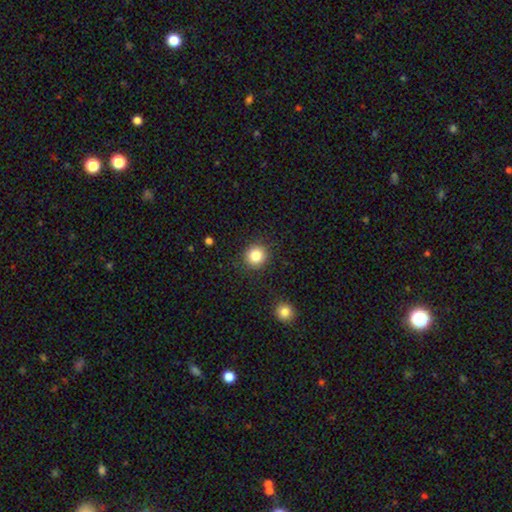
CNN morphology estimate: smooth_or_featured: smooth (p=0.84) [alt: star or artifact p=0.10]
how_rounded: round (p=0.90) [alt: in between p=0.09]
merging: none (p=0.89) [alt: minor disturbance p=0.07]